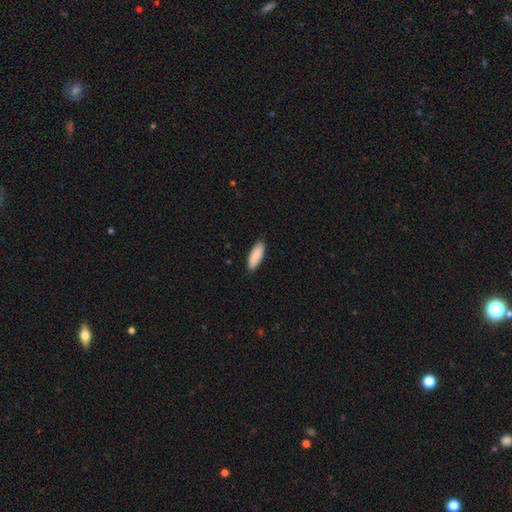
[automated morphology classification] A smooth galaxy with no disk features (90%) that is in between round and cigar-shaped (66%).

Vote fractions:
- Smooth or featured? smooth: 90% / star or artifact: 5% / featured or disk: 5%
- How rounded? in between: 66% / cigar-shaped: 33% / round: 2%
- Merging? none: 87% / minor disturbance: 11% / major disturbance: 2% / merger: 1%